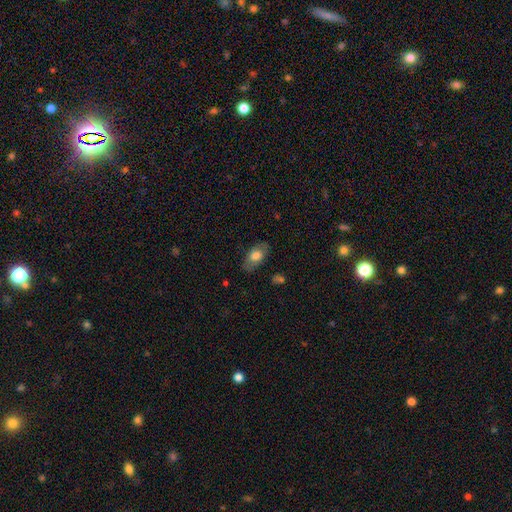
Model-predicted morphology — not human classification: This is likely a smooth galaxy (66%). How rounded: clearly in between (90%). Merging: likely none (77%).